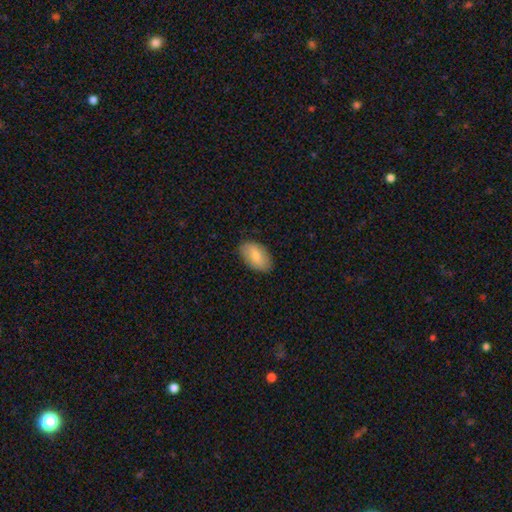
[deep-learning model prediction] Q: Smooth or featured?
A: smooth (78%); runner-up: featured or disk (16%)
Q: How rounded?
A: in between (94%); runner-up: round (4%)
Q: Merging?
A: none (84%); runner-up: minor disturbance (12%)